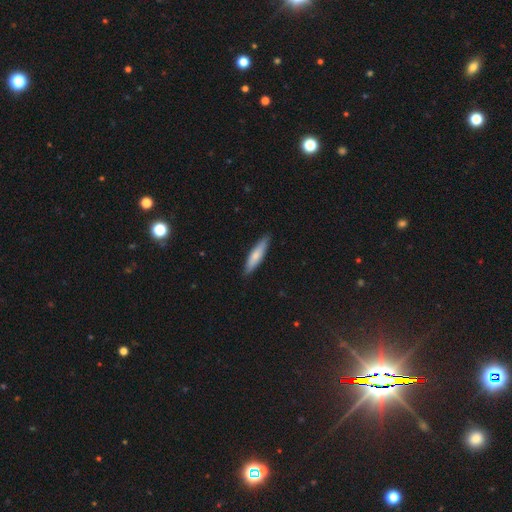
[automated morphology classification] This is likely a smooth galaxy (70%). How rounded: likely cigar-shaped (78%). Merging: clearly none (87%).